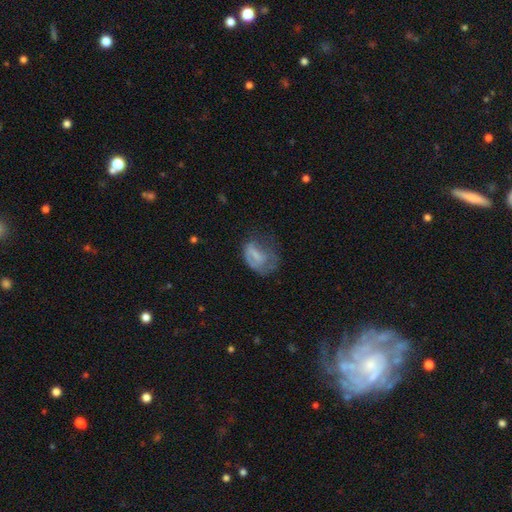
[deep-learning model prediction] A smooth galaxy with no disk features (52%) that is in between round and cigar-shaped (73%).

Vote fractions:
- Smooth or featured? smooth: 52% / featured or disk: 39% / star or artifact: 9%
- How rounded? in between: 73% / round: 25% / cigar-shaped: 2%
- Merging? major disturbance: 41% / none: 29% / minor disturbance: 28% / merger: 2%